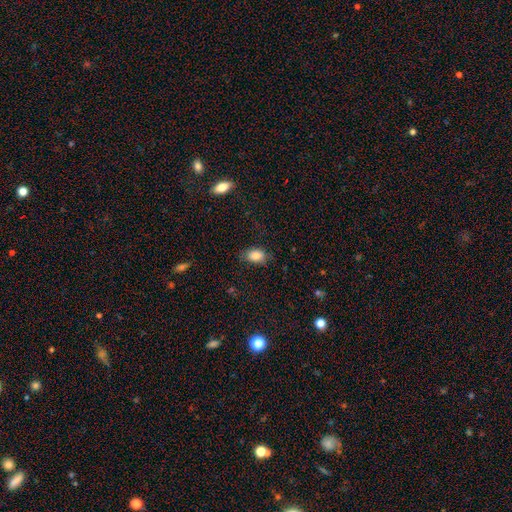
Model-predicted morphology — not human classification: A smooth galaxy with no disk features (82%) that is in between round and cigar-shaped (81%).

Vote fractions:
- Smooth or featured? smooth: 82% / star or artifact: 9% / featured or disk: 8%
- How rounded? in between: 81% / round: 17% / cigar-shaped: 1%
- Merging? none: 80% / minor disturbance: 16% / major disturbance: 3% / merger: 1%